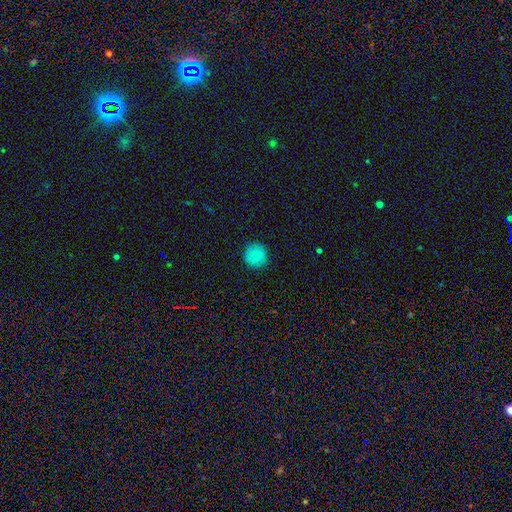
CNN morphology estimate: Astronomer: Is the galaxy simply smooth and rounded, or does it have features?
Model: smooth — 82%.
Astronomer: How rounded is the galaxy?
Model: round — 94%.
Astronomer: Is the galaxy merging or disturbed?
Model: none — 90%.